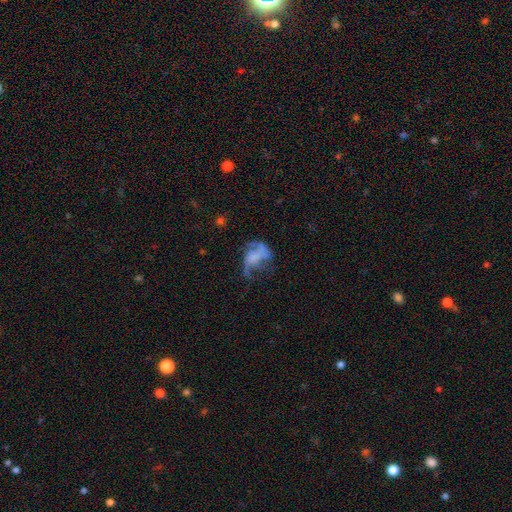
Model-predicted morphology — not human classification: Overall: featured or disk (62%; smooth 26%). Edge-on disk: no (97%). Bar: no (70%). Spiral arms: yes (63%; no 37%). Bulge size: none (68%). Merging: major disturbance (43%; none 33%).